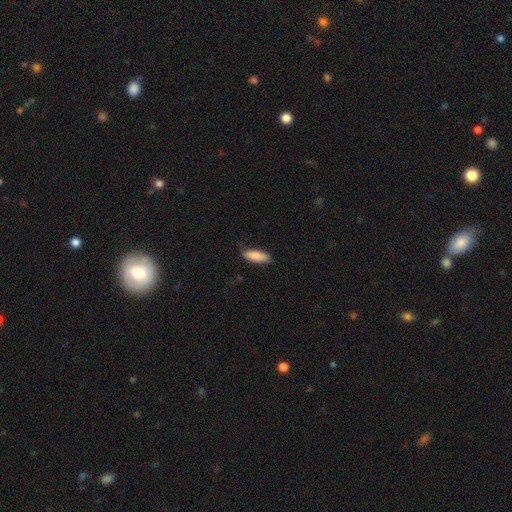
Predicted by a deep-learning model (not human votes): smooth_or_featured: smooth (p=0.88) [alt: featured or disk p=0.07]
how_rounded: in between (p=0.58) [alt: cigar-shaped p=0.40]
merging: none (p=0.80) [alt: minor disturbance p=0.17]